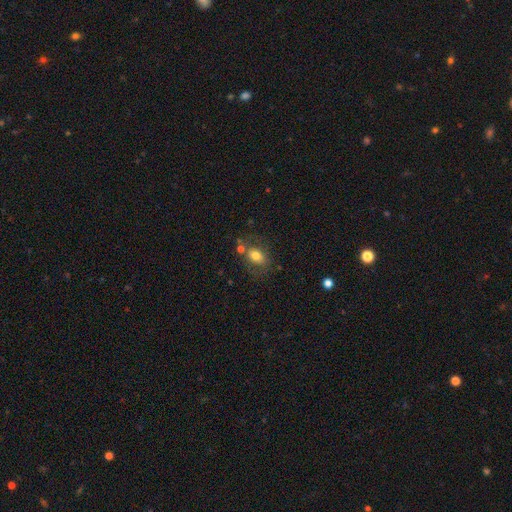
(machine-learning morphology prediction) Smooth or featured? Predicted: smooth (p=0.71). How rounded? Predicted: in between (p=0.73). Merging? Predicted: none (p=0.59).